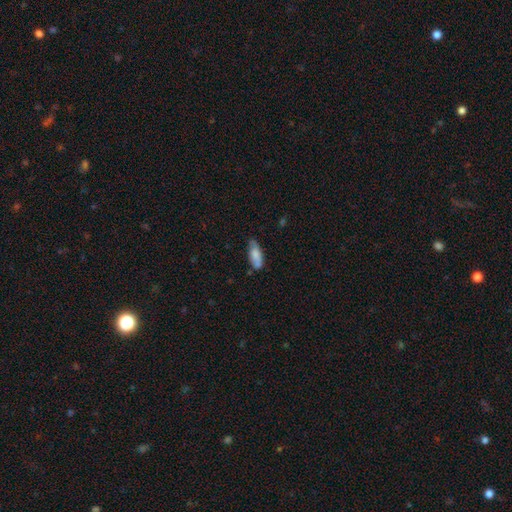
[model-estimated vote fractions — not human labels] smooth_or_featured: smooth (p=0.77) [alt: featured or disk p=0.16]
how_rounded: in between (p=0.75) [alt: cigar-shaped p=0.23]
merging: none (p=0.60) [alt: minor disturbance p=0.28]